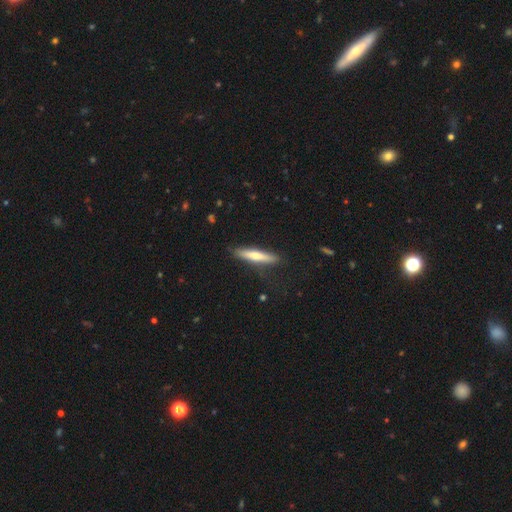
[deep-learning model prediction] Overall: smooth (57%; featured or disk 37%). How rounded: cigar-shaped (91%). Merging: none (83%).